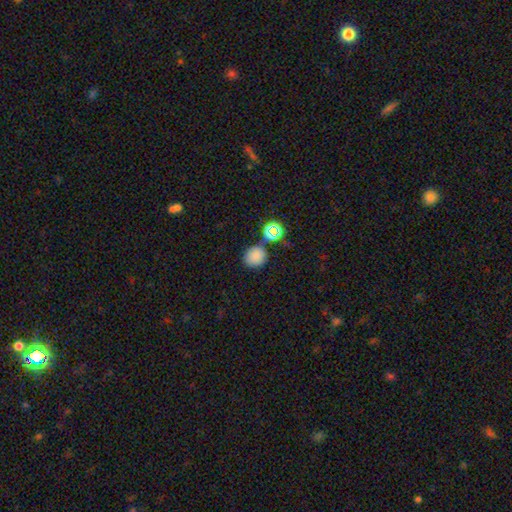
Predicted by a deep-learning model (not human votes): Morphology: type=smooth (79%); roundness=round (81%); merging=none (78%).